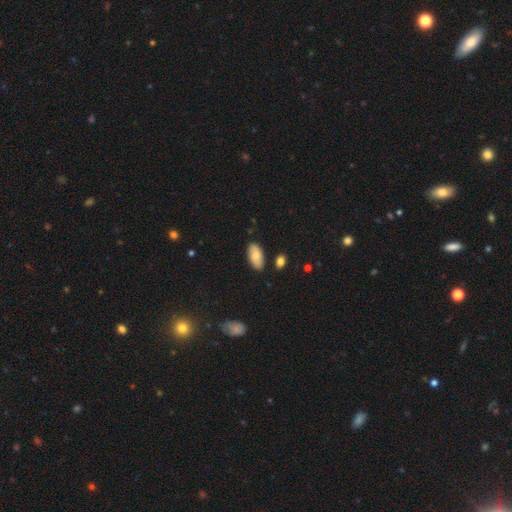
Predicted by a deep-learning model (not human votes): This is likely a smooth galaxy (78%). How rounded: clearly in between (93%). Merging: clearly none (84%).